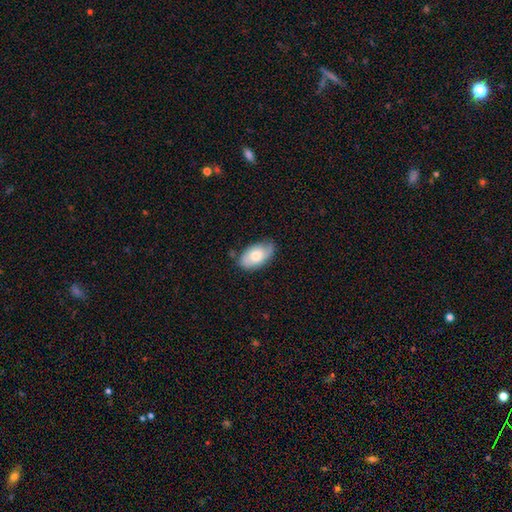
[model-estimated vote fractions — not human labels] Morphology: type=smooth (61%); roundness=in between (93%); merging=none (66%).